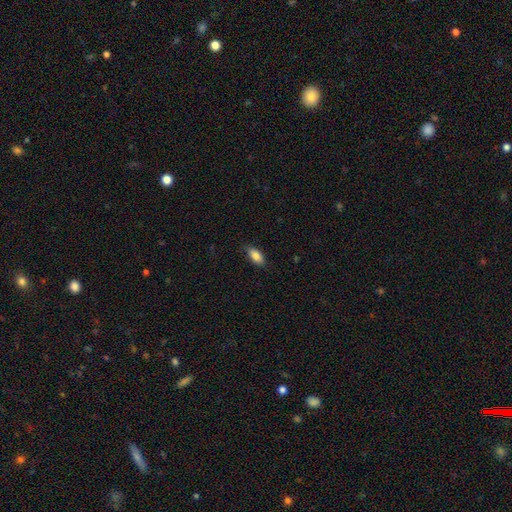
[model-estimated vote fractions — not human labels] The model was most divided on "merging": none: 83%, minor disturbance: 14%, major disturbance: 3%, merger: 1%. More confident: how rounded — in between (89%); smooth or featured — smooth (85%).